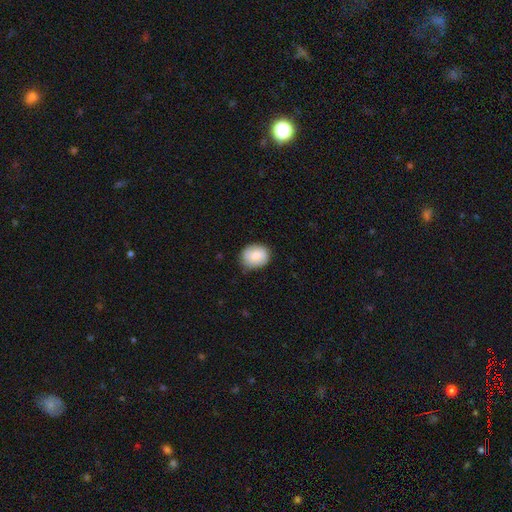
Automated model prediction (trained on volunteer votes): Smooth or featured: smooth — 78% (featured or disk — 15%)
How rounded: round — 61% (in between — 38%)
Merging: none — 83% (minor disturbance — 13%)